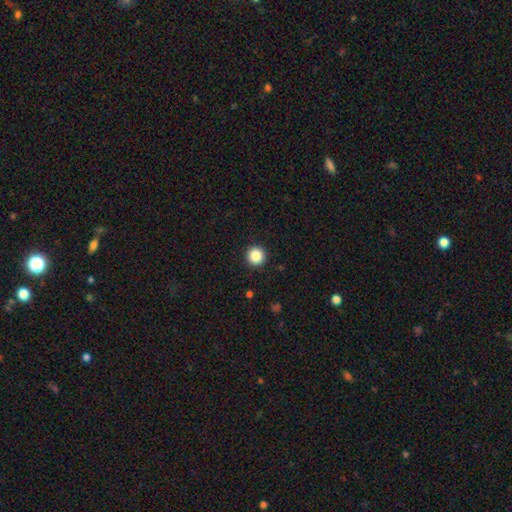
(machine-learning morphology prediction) type=smooth (86%); roundness=round (96%); merging=none (93%).